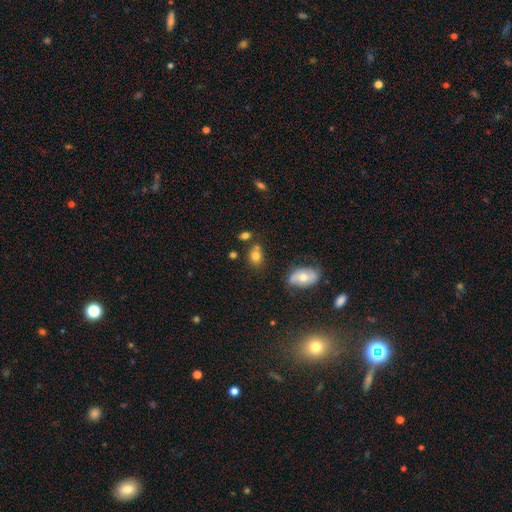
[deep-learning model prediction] This is likely a smooth galaxy (78%). How rounded: possibly in between (55%). Merging: likely none (65%).